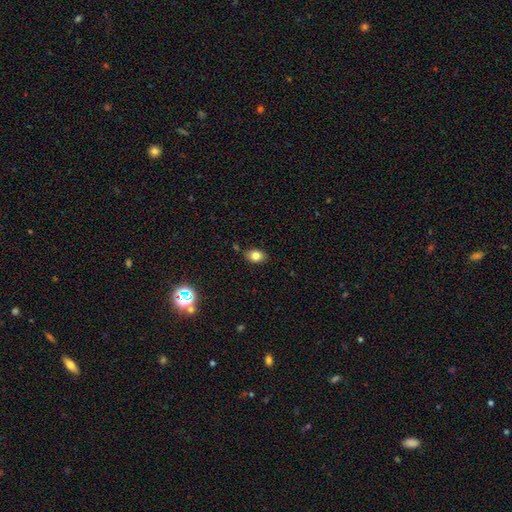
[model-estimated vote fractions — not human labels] Smooth or featured? smooth (79%)
How rounded? in between (74%)
Merging? none (81%)